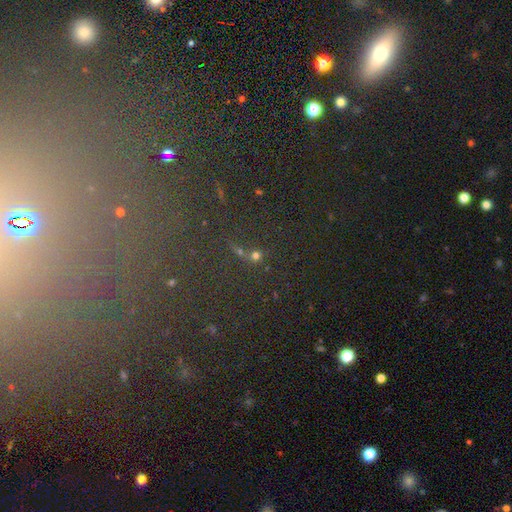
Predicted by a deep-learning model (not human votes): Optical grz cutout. It shows a star or artifact, not a galaxy (49%).